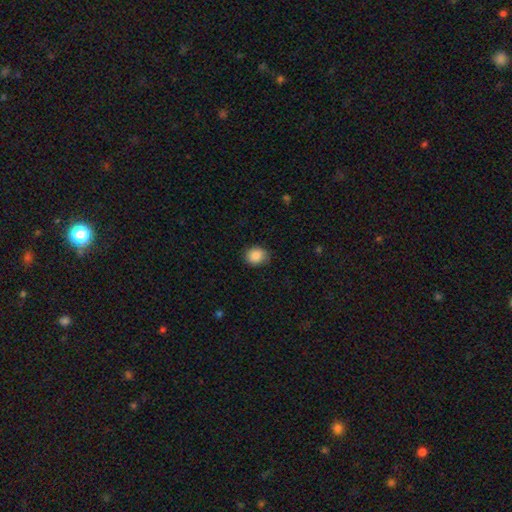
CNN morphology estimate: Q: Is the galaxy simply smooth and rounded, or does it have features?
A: smooth — 88%.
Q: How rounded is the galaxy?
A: round — 65%.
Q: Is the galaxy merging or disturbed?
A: none — 81%.